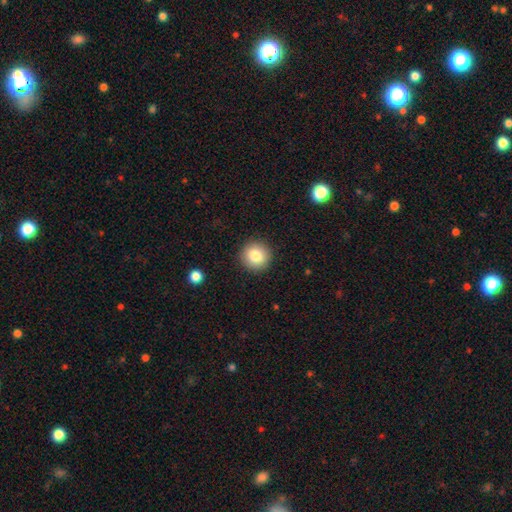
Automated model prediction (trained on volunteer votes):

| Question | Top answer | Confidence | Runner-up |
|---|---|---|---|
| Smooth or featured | smooth | 82% | star or artifact (10%) |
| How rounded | round | 95% | in between (4%) |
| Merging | none | 92% | minor disturbance (5%) |